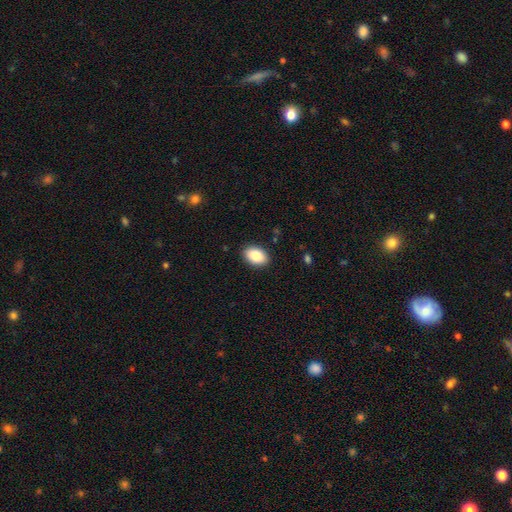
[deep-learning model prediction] Smooth or featured? Predicted: smooth (p=0.86). How rounded? Predicted: in between (p=0.89). Merging? Predicted: none (p=0.89).